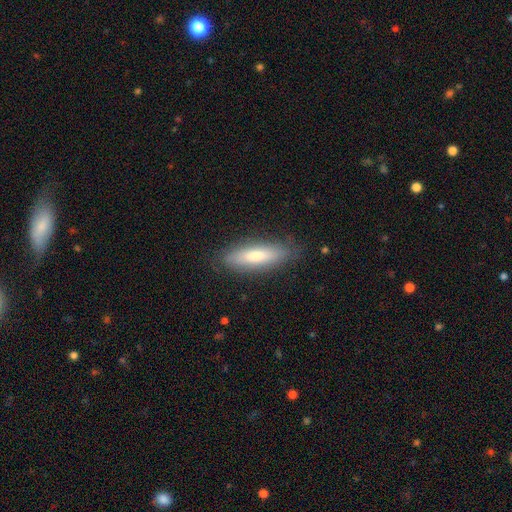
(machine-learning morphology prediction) A smooth galaxy with no disk features (70%) that is cigar-shaped (60%). Merging: none (84%).